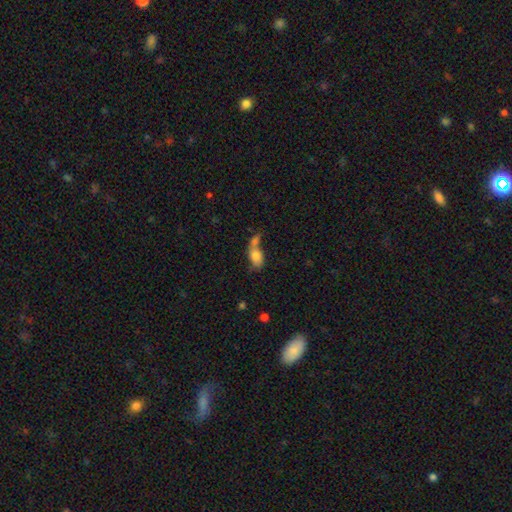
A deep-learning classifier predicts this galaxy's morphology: type=smooth (72%); roundness=in between (84%); merging=merger (58%).